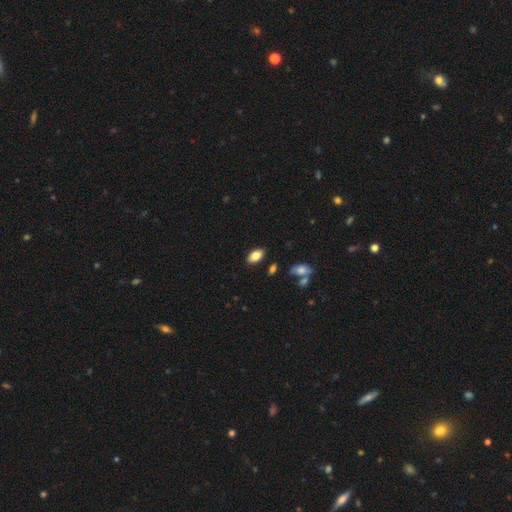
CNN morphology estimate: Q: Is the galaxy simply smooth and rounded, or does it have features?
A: smooth — 83%.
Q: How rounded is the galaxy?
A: in between — 92%.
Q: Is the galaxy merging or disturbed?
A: none — 86%.